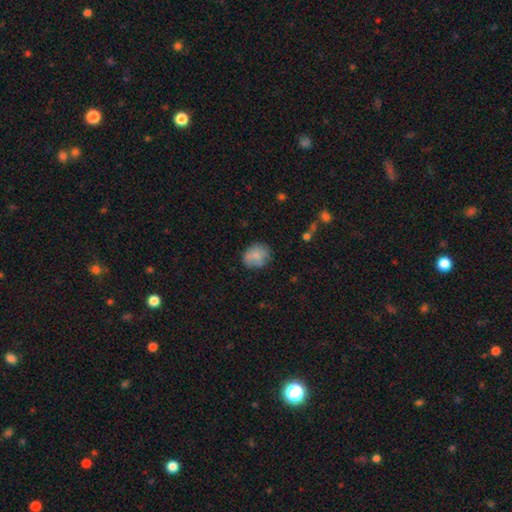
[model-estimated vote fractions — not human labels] smooth-or-featured: smooth: 76% | featured or disk: 15% | star or artifact: 8%
  how-rounded: round: 63% | in between: 36% | cigar-shaped: 1%
  merging: none: 67% | minor disturbance: 23% | major disturbance: 7% | merger: 4%